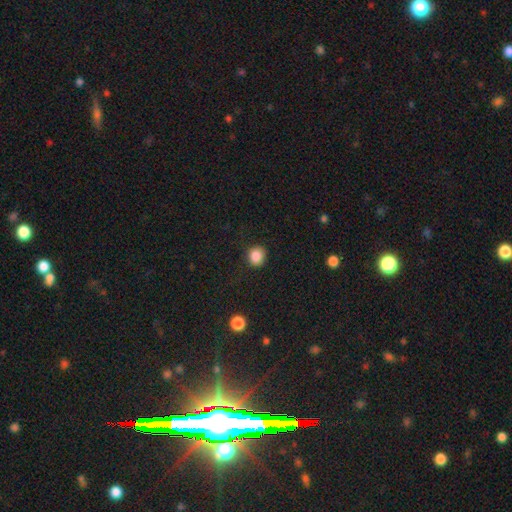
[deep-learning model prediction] Smooth or featured? smooth (86%)
How rounded? round (80%)
Merging? none (86%)